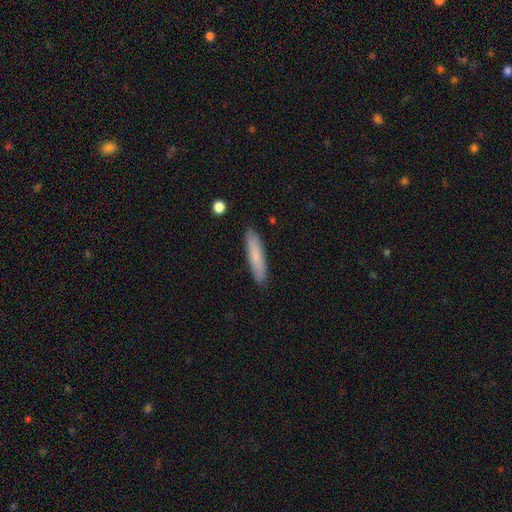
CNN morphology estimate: Smooth or featured?
  - smooth: 78% *
  - featured or disk: 16%
  - star or artifact: 6%
How rounded?
  - cigar-shaped: 85% *
  - in between: 13%
  - round: 1%
Merging?
  - none: 88% *
  - minor disturbance: 9%
  - major disturbance: 2%
  - merger: 1%